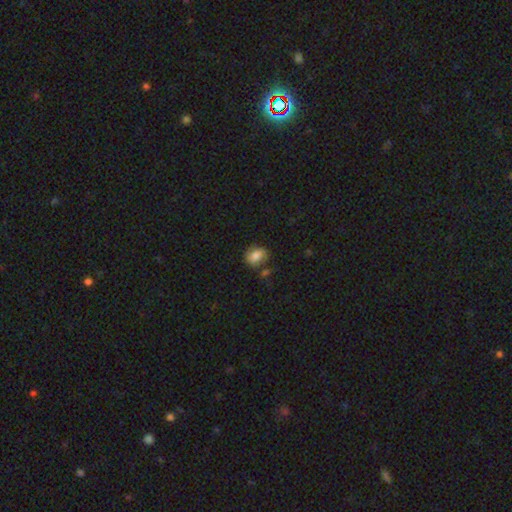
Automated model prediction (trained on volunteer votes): A smooth galaxy with no disk features (77%) that is in between round and cigar-shaped (60%). Merging: none (67%).